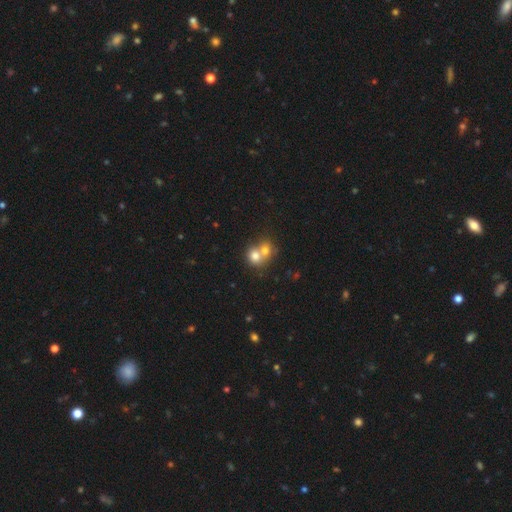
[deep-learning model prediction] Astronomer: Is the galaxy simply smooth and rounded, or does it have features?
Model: smooth — 72%.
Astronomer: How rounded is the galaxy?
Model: round — 70%.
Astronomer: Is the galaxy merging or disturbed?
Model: merger — 70%.